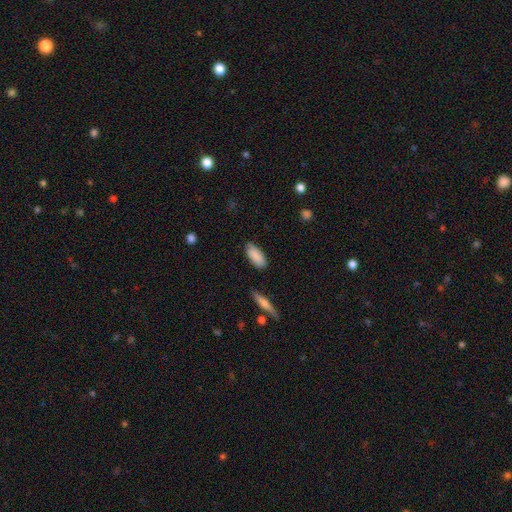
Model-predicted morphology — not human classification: type=smooth (87%); roundness=in between (81%); merging=none (83%).